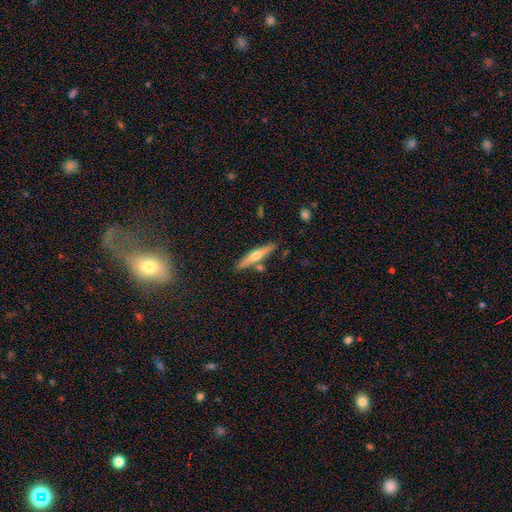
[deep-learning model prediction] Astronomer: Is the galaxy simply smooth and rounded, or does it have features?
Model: featured or disk — 58% (runner-up: smooth, 36%).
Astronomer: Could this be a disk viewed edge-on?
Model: yes — 96%.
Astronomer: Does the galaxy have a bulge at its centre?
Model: rounded — 90%.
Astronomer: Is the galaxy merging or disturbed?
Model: none — 82%.